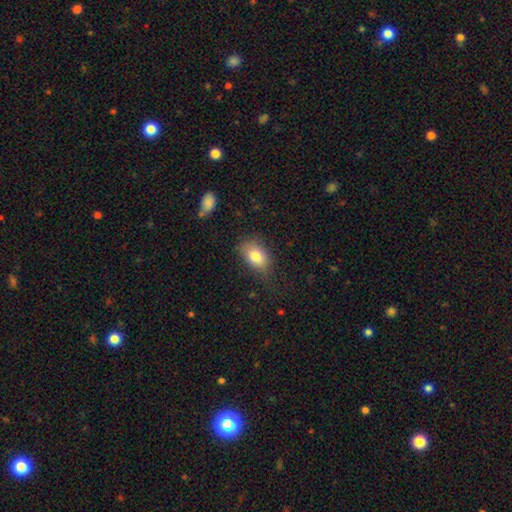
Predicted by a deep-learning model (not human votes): A smooth galaxy with no disk features (80%) that is in between round and cigar-shaped (82%). Merging: none (64%).